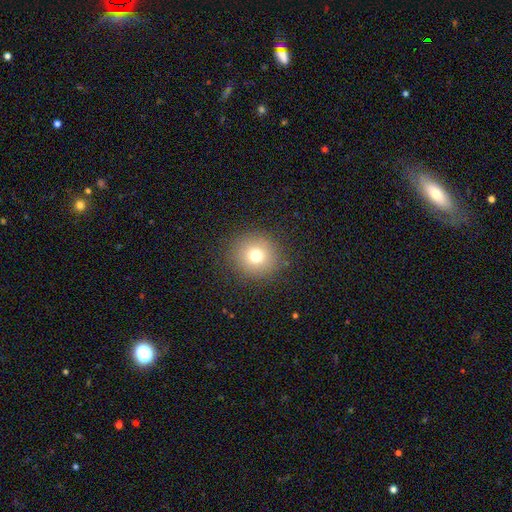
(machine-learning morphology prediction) Smooth or featured? smooth (74%)
How rounded? round (92%)
Merging? none (89%)